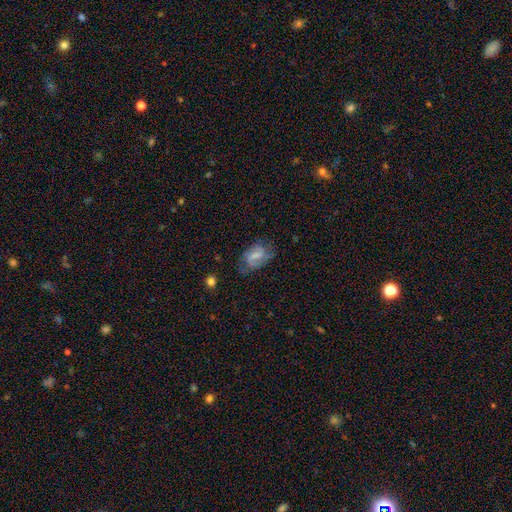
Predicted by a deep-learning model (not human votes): This appears to be a featured or disk galaxy (48%). Merging: none (52%).